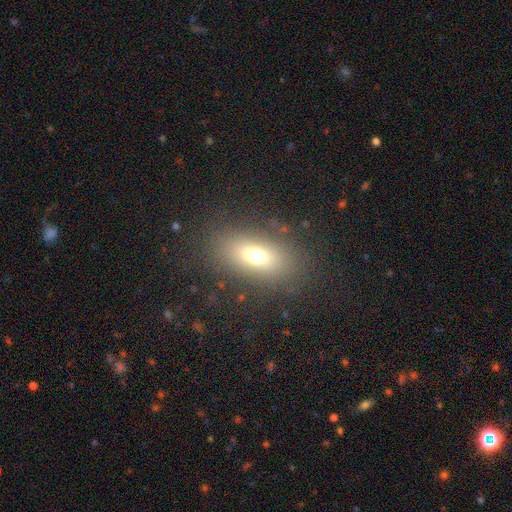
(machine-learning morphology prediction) Q: Smooth or featured?
A: smooth (68%); runner-up: featured or disk (17%)
Q: How rounded?
A: in between (79%); runner-up: round (14%)
Q: Merging?
A: none (81%); runner-up: minor disturbance (10%)